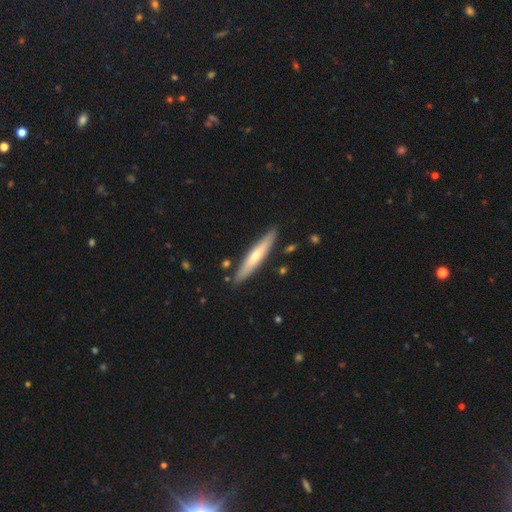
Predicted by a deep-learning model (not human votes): smooth_or_featured: smooth (p=0.51) [alt: featured or disk p=0.44]
how_rounded: cigar-shaped (p=0.92) [alt: in between p=0.06]
merging: none (p=0.88) [alt: minor disturbance p=0.09]